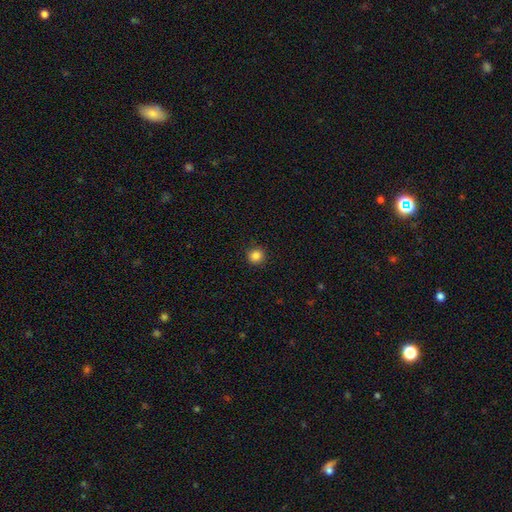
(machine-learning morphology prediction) Q: Smooth or featured?
A: smooth (85%); runner-up: star or artifact (11%)
Q: How rounded?
A: round (94%); runner-up: in between (5%)
Q: Merging?
A: none (91%); runner-up: minor disturbance (6%)